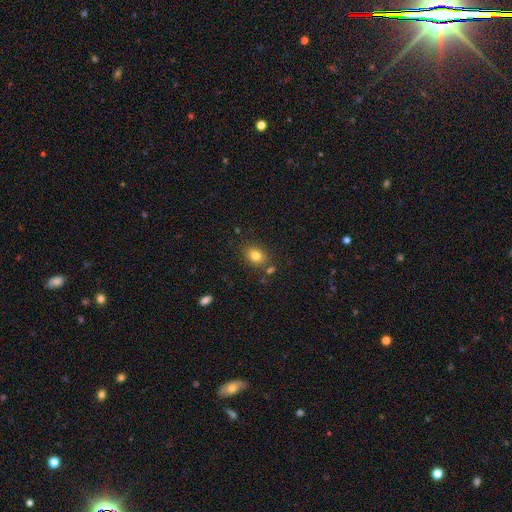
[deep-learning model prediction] Smooth or featured: smooth — 80% (star or artifact — 11%)
How rounded: in between — 59% (round — 40%)
Merging: none — 79% (minor disturbance — 12%)